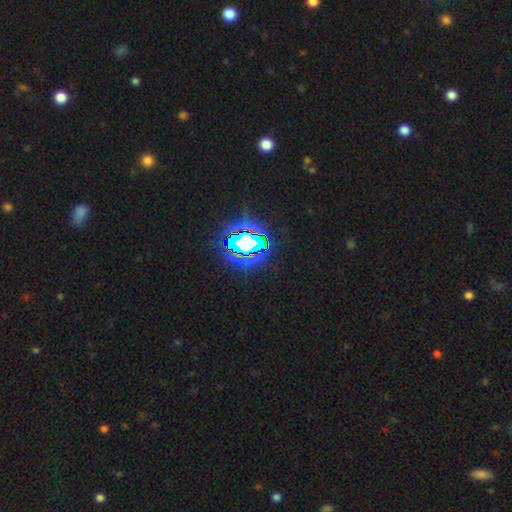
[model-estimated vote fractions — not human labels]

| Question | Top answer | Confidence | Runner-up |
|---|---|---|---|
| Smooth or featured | star or artifact | 81% | smooth (12%) |